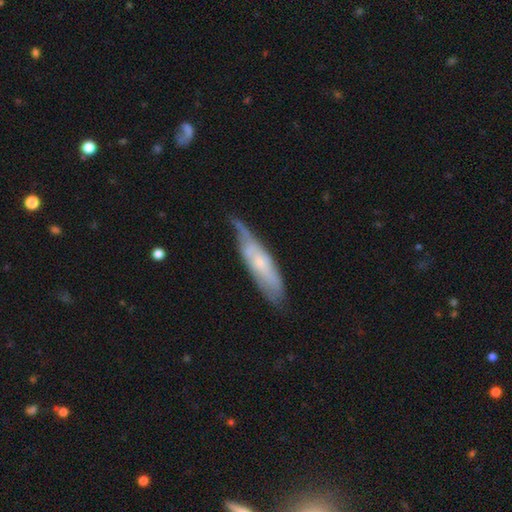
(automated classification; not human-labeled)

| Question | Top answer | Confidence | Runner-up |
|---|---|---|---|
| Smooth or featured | featured or disk | 58% | smooth (34%) |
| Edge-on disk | no | 53% | yes (47%) |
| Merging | none | 56% | minor disturbance (33%) |